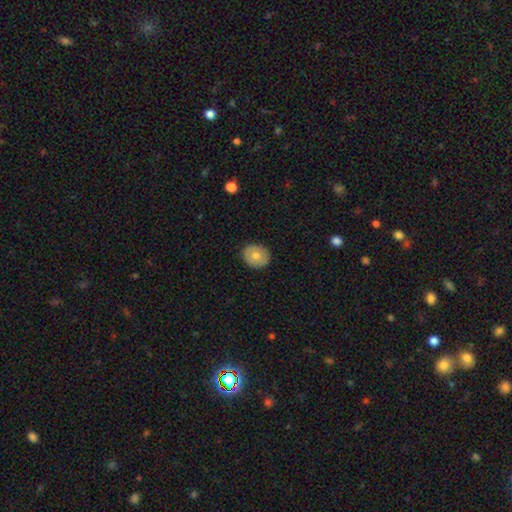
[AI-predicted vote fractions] Morphology: type=smooth (72%); roundness=round (67%); merging=none (89%).